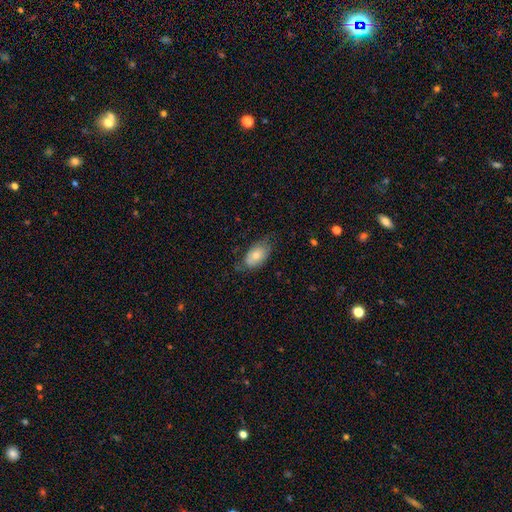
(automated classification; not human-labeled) A smooth galaxy with no disk features (71%) that is in between round and cigar-shaped (92%). Merging: none (59%).